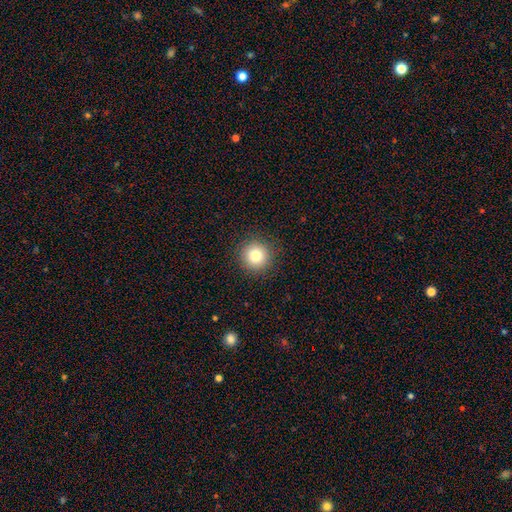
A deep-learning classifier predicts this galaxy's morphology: This is clearly a smooth galaxy (81%). How rounded: clearly round (95%). Merging: clearly none (91%).